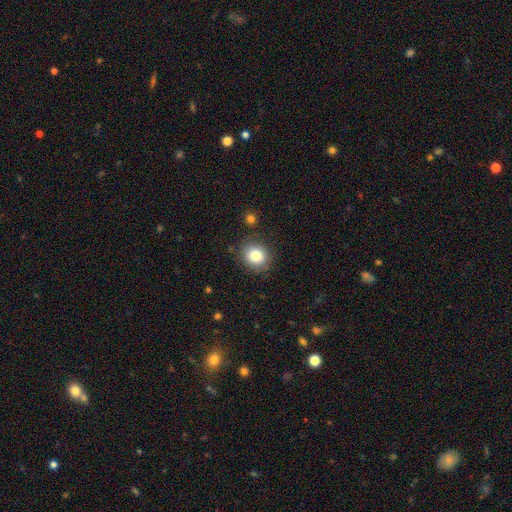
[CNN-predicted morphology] smooth 81%, star or artifact 10%, featured or disk 8%. Down the decision tree: how rounded — round (79%); merging — none (84%).